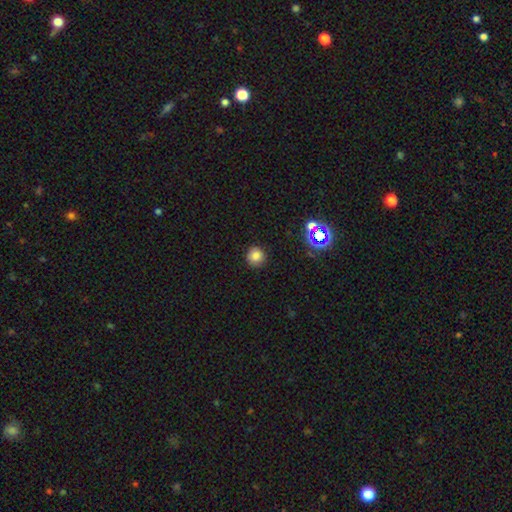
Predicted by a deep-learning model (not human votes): smooth_or_featured: smooth (p=0.80) [alt: star or artifact p=0.15]
how_rounded: round (p=0.93) [alt: in between p=0.06]
merging: none (p=0.88) [alt: minor disturbance p=0.09]